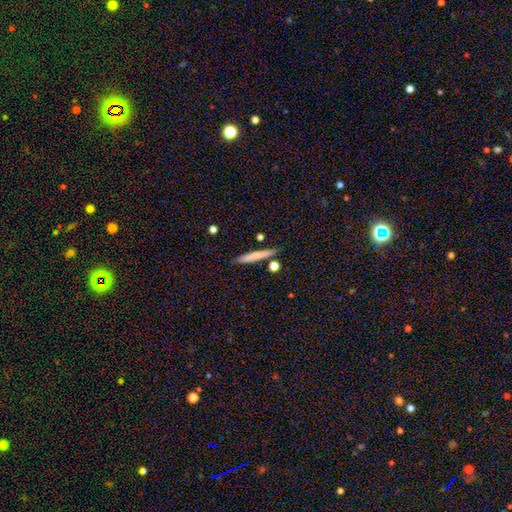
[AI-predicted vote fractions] smooth 69%, featured or disk 24%, star or artifact 7%. Down the decision tree: how rounded — cigar-shaped (94%); merging — none (83%).